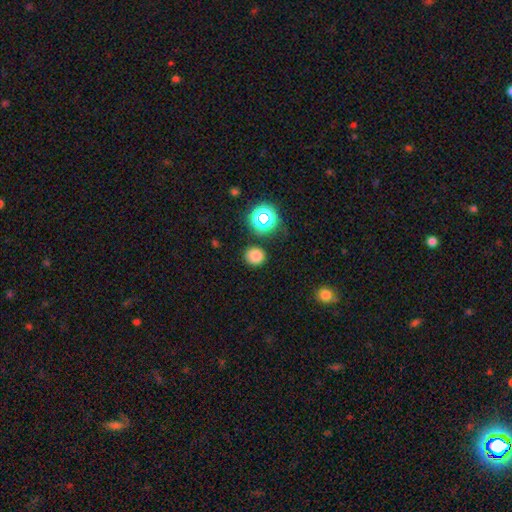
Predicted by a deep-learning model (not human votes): smooth_or_featured: smooth (p=0.77) [alt: star or artifact p=0.18]
how_rounded: round (p=0.86) [alt: in between p=0.13]
merging: none (p=0.86) [alt: minor disturbance p=0.09]